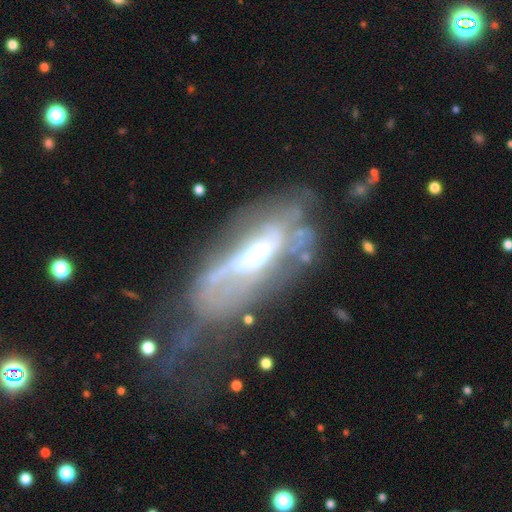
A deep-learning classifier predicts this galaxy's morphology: The model was most divided on "spiral arms": yes: 52%, no: 48%. Remaining: edge-on disk — no (85%); smooth or featured — featured or disk (71%); bulge size — moderate (56%); bar — no (56%); merging — major disturbance (48%).